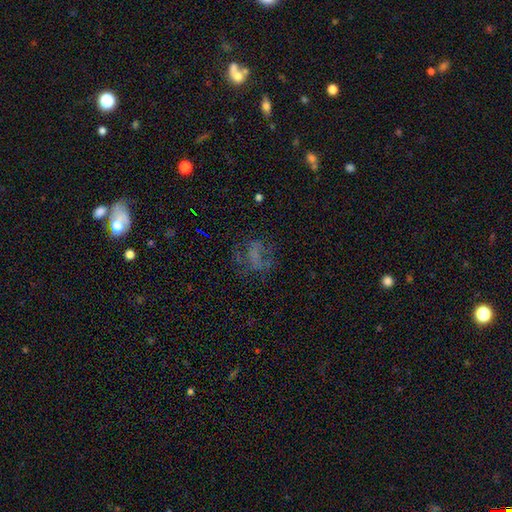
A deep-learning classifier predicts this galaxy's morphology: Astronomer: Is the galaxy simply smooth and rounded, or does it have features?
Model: featured or disk — 38% (runner-up: smooth, 36%).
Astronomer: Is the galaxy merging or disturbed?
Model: none — 48% (runner-up: major disturbance, 31%).